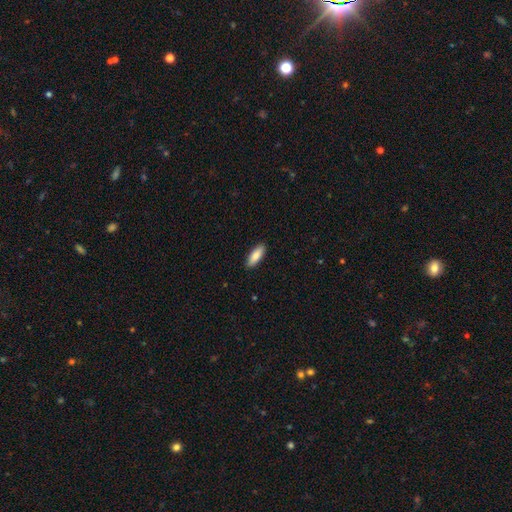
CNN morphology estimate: This is clearly a smooth galaxy (87%). How rounded: likely in between (70%). Merging: clearly none (89%).